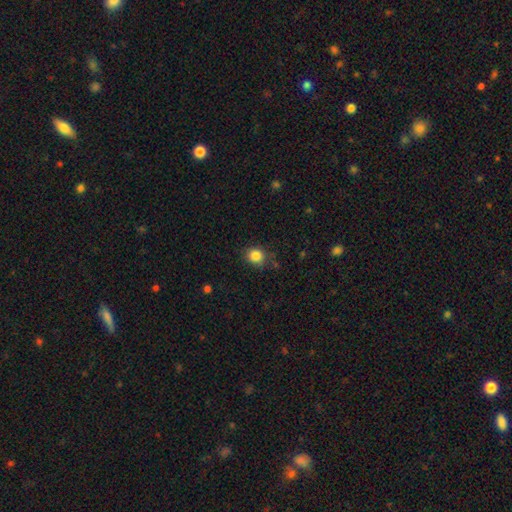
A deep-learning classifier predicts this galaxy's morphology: Q: Smooth or featured?
A: smooth (84%); runner-up: star or artifact (11%)
Q: How rounded?
A: round (76%); runner-up: in between (23%)
Q: Merging?
A: none (79%); runner-up: minor disturbance (15%)